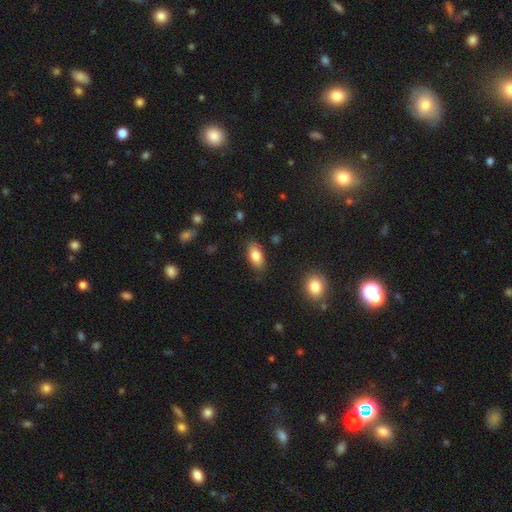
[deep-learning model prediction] Smooth or featured? smooth (81%)
How rounded? in between (89%)
Merging? none (82%)